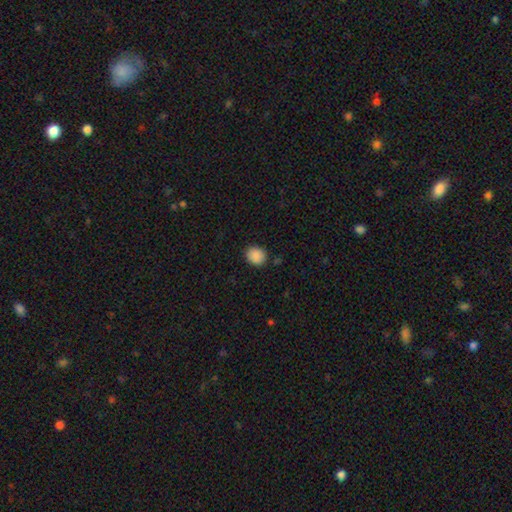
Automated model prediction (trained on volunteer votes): Smooth or featured? Predicted: smooth (p=0.88). How rounded? Predicted: round (p=0.75). Merging? Predicted: none (p=0.86).